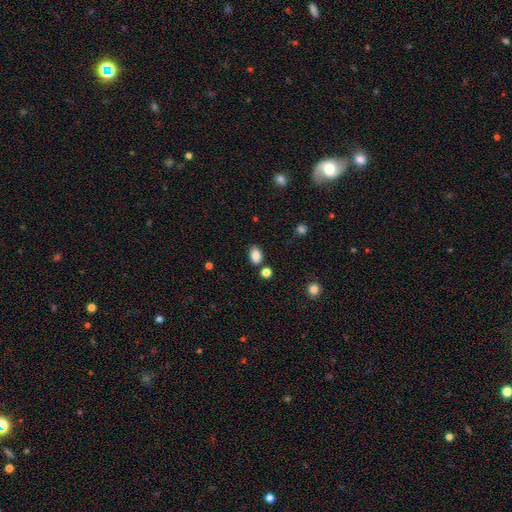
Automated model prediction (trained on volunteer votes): Smooth or featured?
  - smooth: 86% *
  - star or artifact: 9%
  - featured or disk: 5%
How rounded?
  - in between: 84% *
  - round: 15%
  - cigar-shaped: 1%
Merging?
  - none: 77% *
  - minor disturbance: 13%
  - merger: 8%
  - major disturbance: 3%